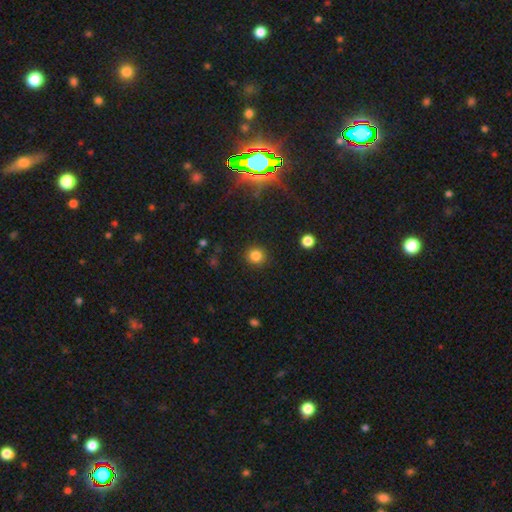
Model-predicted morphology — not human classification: The model was most divided on "smooth or featured": smooth: 83%, star or artifact: 12%, featured or disk: 5%. More confident: how rounded — round (91%); merging — none (91%).